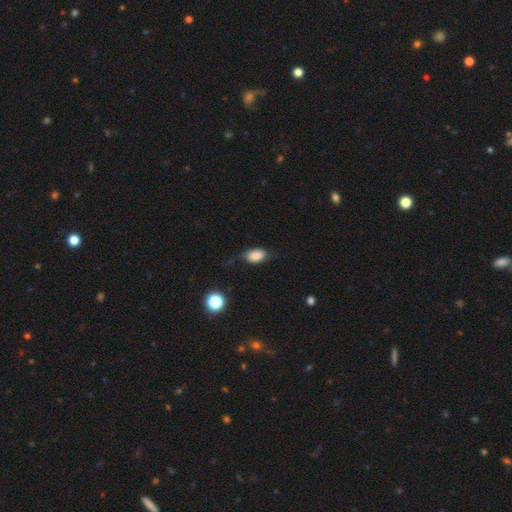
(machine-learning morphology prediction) smooth-or-featured: smooth: 77% | featured or disk: 13% | star or artifact: 9%
  how-rounded: in between: 87% | round: 10% | cigar-shaped: 2%
  merging: none: 49% | minor disturbance: 30% | major disturbance: 18% | merger: 3%